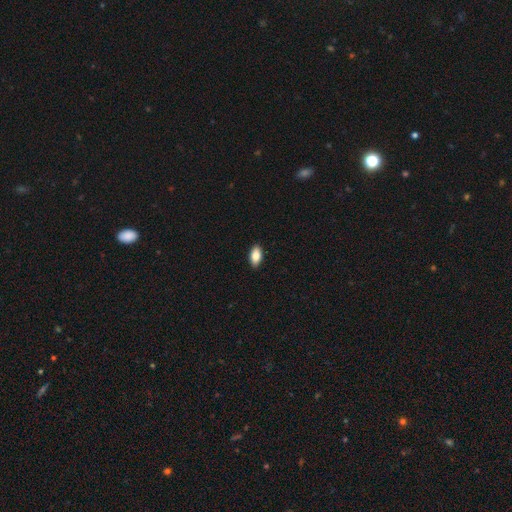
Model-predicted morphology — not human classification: A smooth galaxy with no disk features (85%) that is in between round and cigar-shaped (92%).

Vote fractions:
- Smooth or featured? smooth: 85% / featured or disk: 8% / star or artifact: 7%
- How rounded? in between: 92% / cigar-shaped: 5% / round: 3%
- Merging? none: 90% / minor disturbance: 8% / major disturbance: 2% / merger: 1%